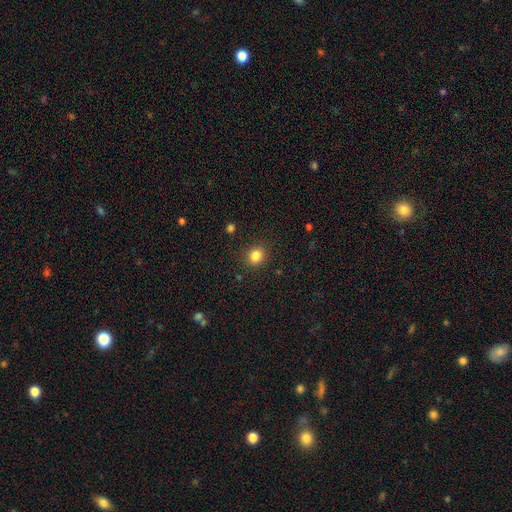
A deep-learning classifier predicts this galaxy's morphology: Smooth or featured: smooth — 84% (star or artifact — 12%)
How rounded: round — 79% (in between — 20%)
Merging: none — 88% (minor disturbance — 8%)